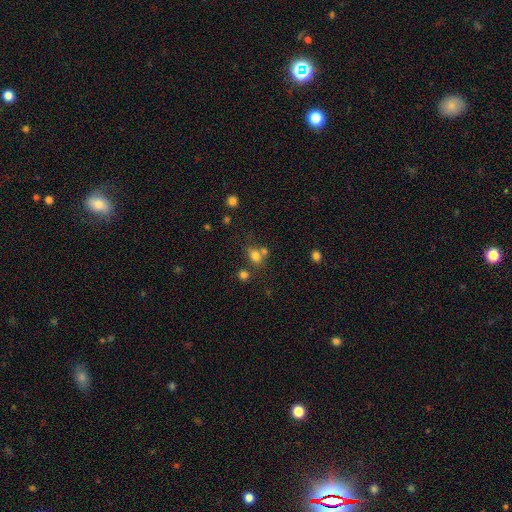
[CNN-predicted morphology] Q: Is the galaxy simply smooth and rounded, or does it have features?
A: smooth — 76%.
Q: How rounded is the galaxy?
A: in between — 59%.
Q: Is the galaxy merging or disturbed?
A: none — 51%.